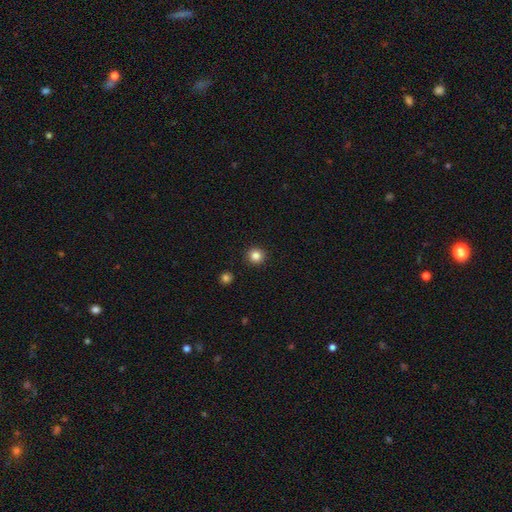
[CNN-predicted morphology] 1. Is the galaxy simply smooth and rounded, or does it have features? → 85% smooth, 11% star or artifact, 4% featured or disk.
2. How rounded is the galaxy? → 94% round, 5% in between, 1% cigar-shaped.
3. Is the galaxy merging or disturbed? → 93% none, 4% minor disturbance, 2% major disturbance, 1% merger.